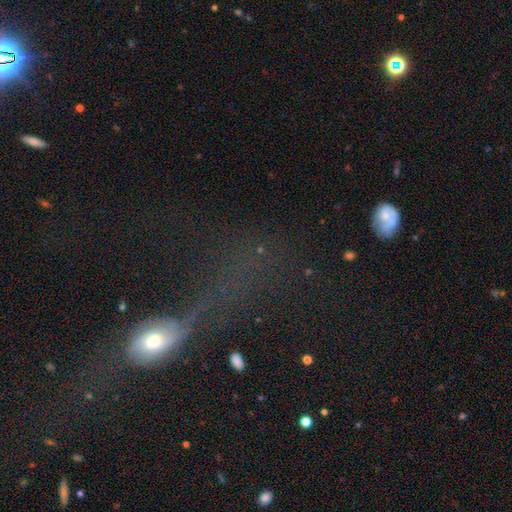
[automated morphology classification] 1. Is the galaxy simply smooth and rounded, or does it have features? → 41% smooth, 34% featured or disk, 25% star or artifact.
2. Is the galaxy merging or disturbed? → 52% major disturbance, 24% none, 12% minor disturbance, 11% merger.